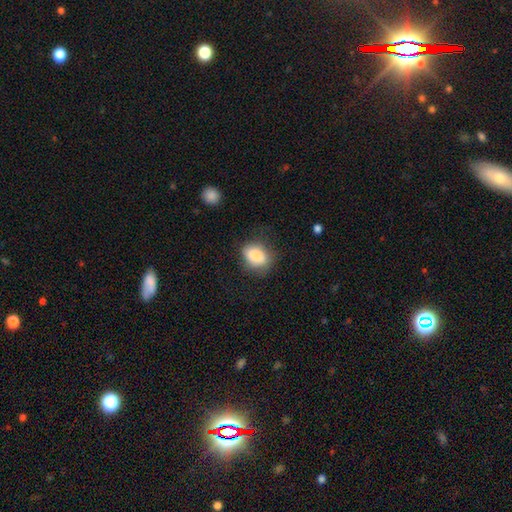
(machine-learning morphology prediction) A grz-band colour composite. It shows a smooth galaxy with no disk features (84%) that is in between round and cigar-shaped (75%). Merging: none (71%).